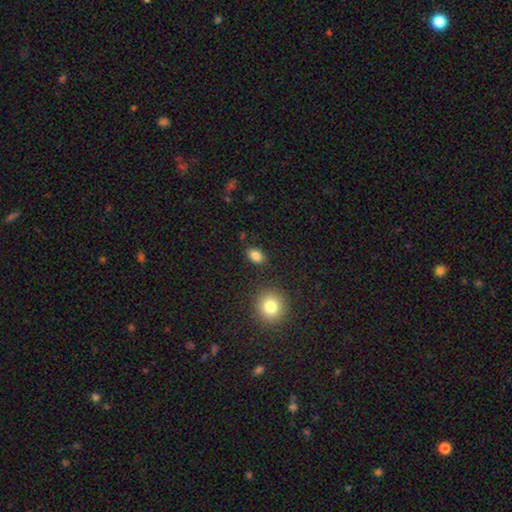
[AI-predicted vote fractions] smooth 84%, star or artifact 10%, featured or disk 6%. Down the decision tree: how rounded — in between (84%); merging — none (84%).